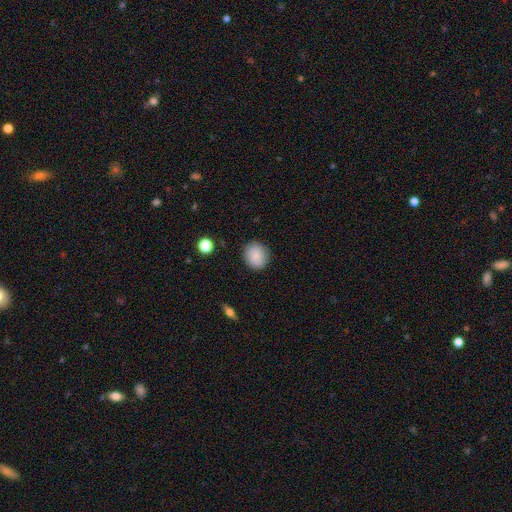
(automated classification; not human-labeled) Q: Smooth or featured?
A: smooth (85%); runner-up: star or artifact (8%)
Q: How rounded?
A: round (77%); runner-up: in between (22%)
Q: Merging?
A: none (88%); runner-up: minor disturbance (9%)